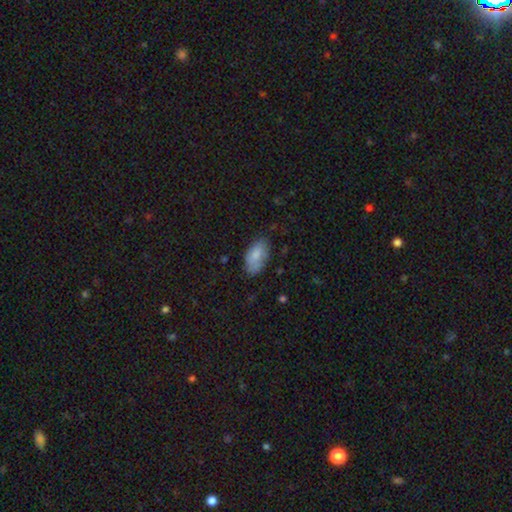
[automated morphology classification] type=smooth (83%); roundness=in between (94%); merging=none (68%).